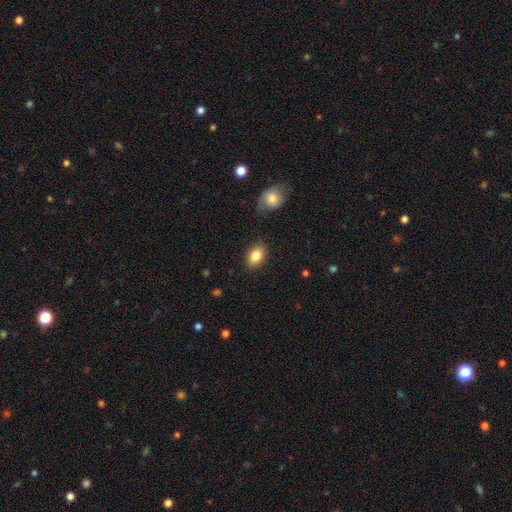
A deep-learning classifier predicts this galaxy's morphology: smooth-or-featured: smooth: 85% | featured or disk: 8% | star or artifact: 8%
  how-rounded: in between: 85% | round: 13% | cigar-shaped: 1%
  merging: none: 85% | minor disturbance: 10% | major disturbance: 3% | merger: 2%